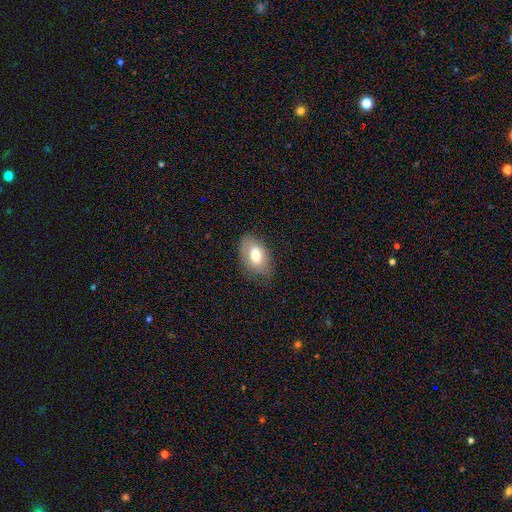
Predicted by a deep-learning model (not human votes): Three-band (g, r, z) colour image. It shows a smooth galaxy with no disk features (69%) that is in between round and cigar-shaped (90%). Merging: none (70%).